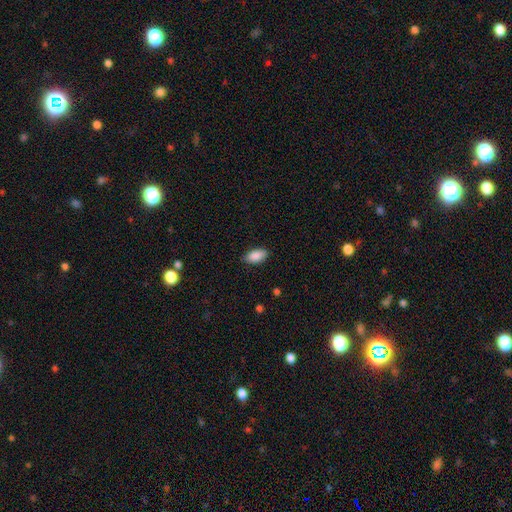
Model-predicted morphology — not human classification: Overall: smooth (88%). How rounded: in between (92%). Merging: none (86%).